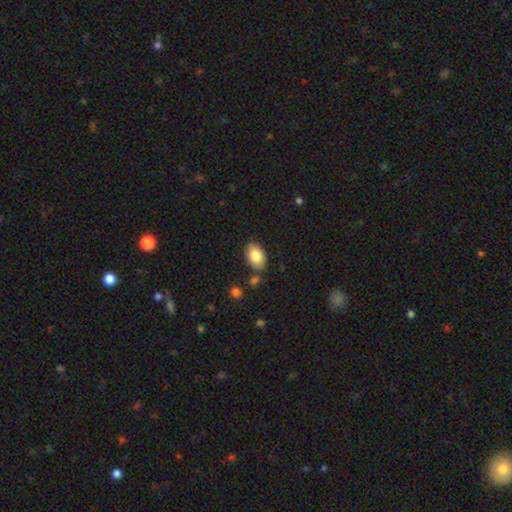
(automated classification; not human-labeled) smooth-or-featured: smooth: 83% | featured or disk: 10% | star or artifact: 7%
  how-rounded: in between: 88% | round: 10% | cigar-shaped: 1%
  merging: none: 80% | minor disturbance: 12% | merger: 5% | major disturbance: 3%